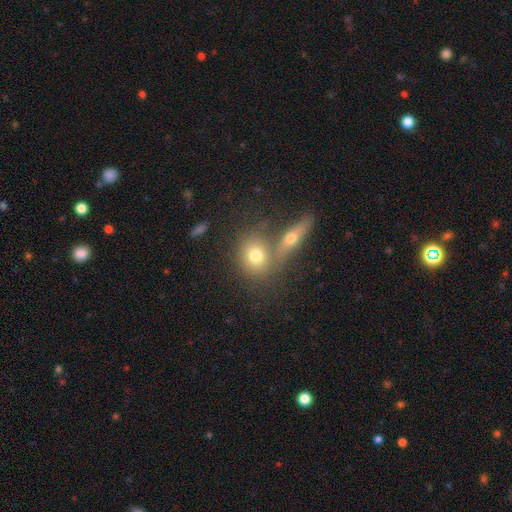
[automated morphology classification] Smooth or featured?
  - smooth: 70% *
  - featured or disk: 18%
  - star or artifact: 12%
How rounded?
  - round: 67% *
  - in between: 29%
  - cigar-shaped: 4%
Merging?
  - none: 55% *
  - merger: 31%
  - minor disturbance: 10%
  - major disturbance: 4%